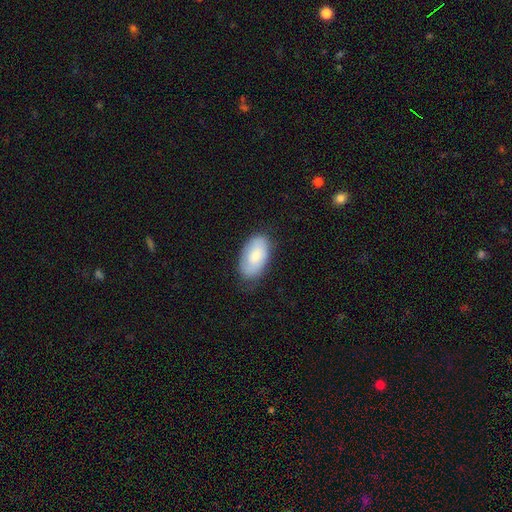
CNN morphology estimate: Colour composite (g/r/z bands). It shows a smooth galaxy with no disk features (71%) that is in between round and cigar-shaped (94%). Merging: none (74%).